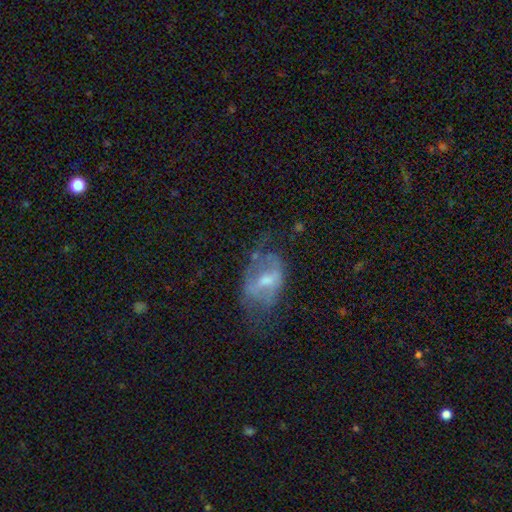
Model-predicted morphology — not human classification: Smooth or featured: featured or disk — 57% (smooth — 23%)
Edge-on disk: no — 92% (yes — 8%)
Bar: weak — 43% (no — 40%)
Spiral arms: yes — 58% (no — 42%)
Bulge size: small — 45% (moderate — 43%)
Merging: none — 60% (minor disturbance — 22%)